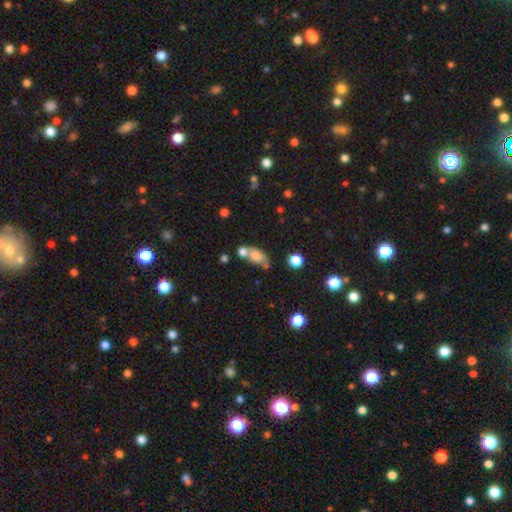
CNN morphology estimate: smooth 69%, featured or disk 19%, star or artifact 11%. Down the decision tree: how rounded — in between (76%); merging — merger (38%).